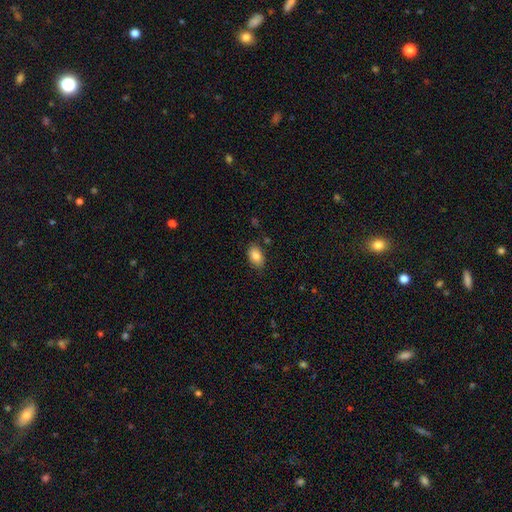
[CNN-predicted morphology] This appears to be a smooth galaxy with no disk features (85%) that is in between round and cigar-shaped (91%). Merging: none (83%).